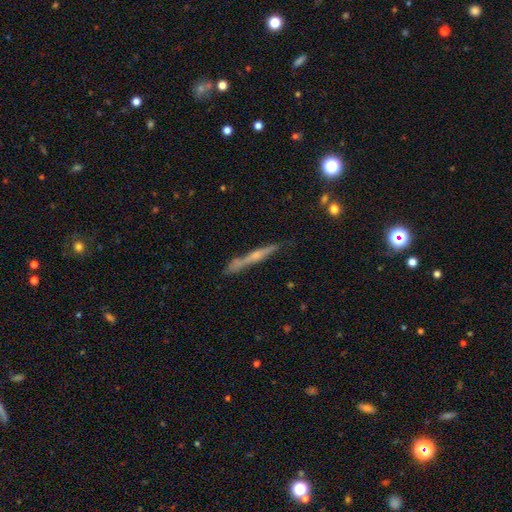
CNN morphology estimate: Smooth or featured?
  - featured or disk: 61% *
  - smooth: 32%
  - star or artifact: 7%
Edge-on disk?
  - yes: 95% *
  - no: 5%
Edge-on bulge?
  - rounded: 54% *
  - none: 37%
  - boxy: 9%
Merging?
  - none: 76% *
  - minor disturbance: 16%
  - merger: 5%
  - major disturbance: 4%